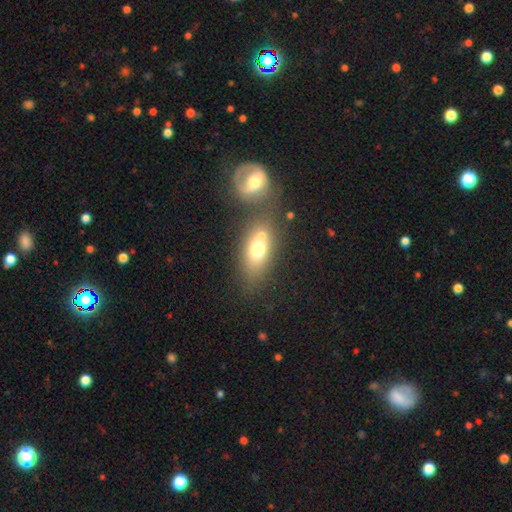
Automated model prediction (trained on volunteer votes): smooth-or-featured: smooth: 57% | featured or disk: 31% | star or artifact: 12%
  how-rounded: in between: 78% | round: 11% | cigar-shaped: 11%
  merging: merger: 45% | none: 40% | minor disturbance: 11% | major disturbance: 5%